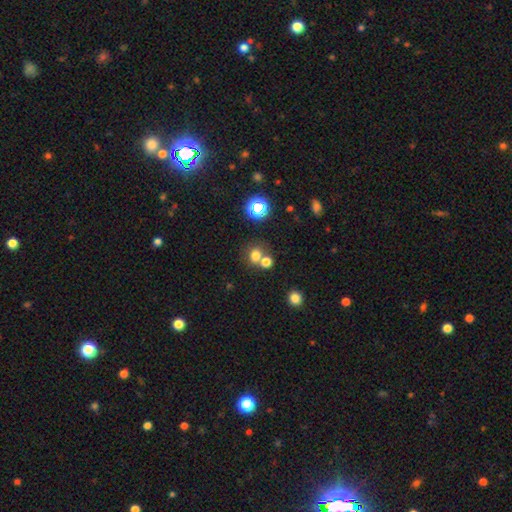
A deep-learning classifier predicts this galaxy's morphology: smooth 72%, star or artifact 19%, featured or disk 9%. Down the decision tree: how rounded — round (72%); merging — none (54%).